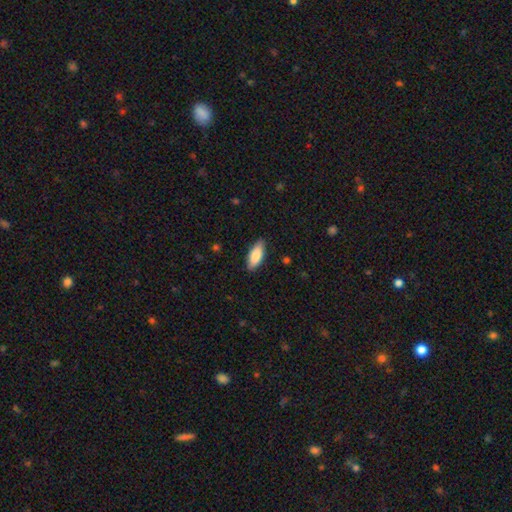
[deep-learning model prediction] A smooth galaxy with no disk features (84%) that is in between round and cigar-shaped (79%). Merging: none (86%).